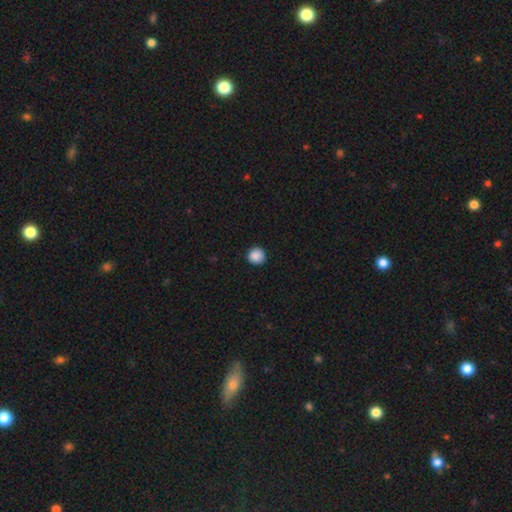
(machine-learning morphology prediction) A smooth galaxy with no disk features (89%) that is round (95%). Merging: none (92%).